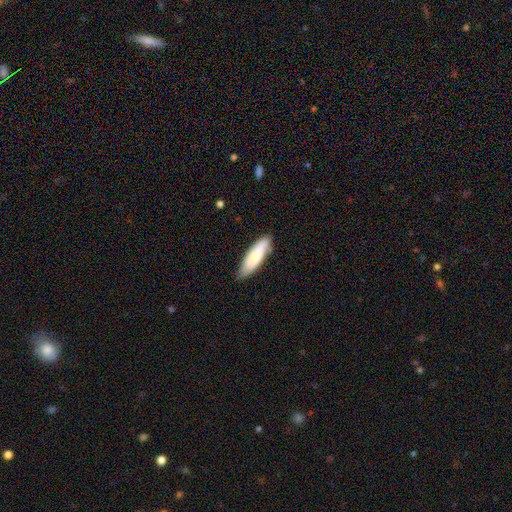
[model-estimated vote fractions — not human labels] smooth-or-featured: smooth: 67% | featured or disk: 27% | star or artifact: 6%
  how-rounded: in between: 50% | cigar-shaped: 49% | round: 2%
  merging: none: 74% | minor disturbance: 21% | major disturbance: 3% | merger: 2%